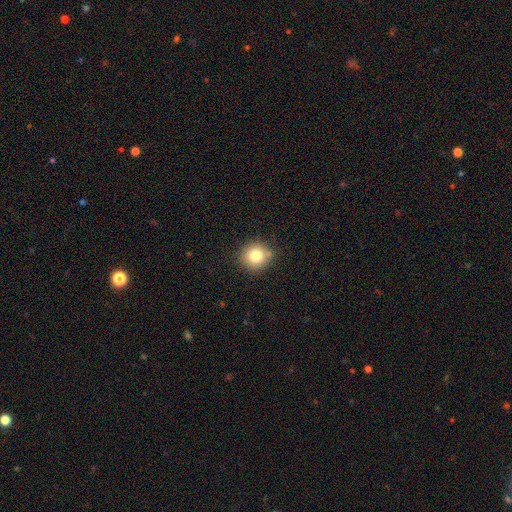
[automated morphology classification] smooth 79%, star or artifact 11%, featured or disk 9%. Down the decision tree: how rounded — round (90%); merging — none (84%).